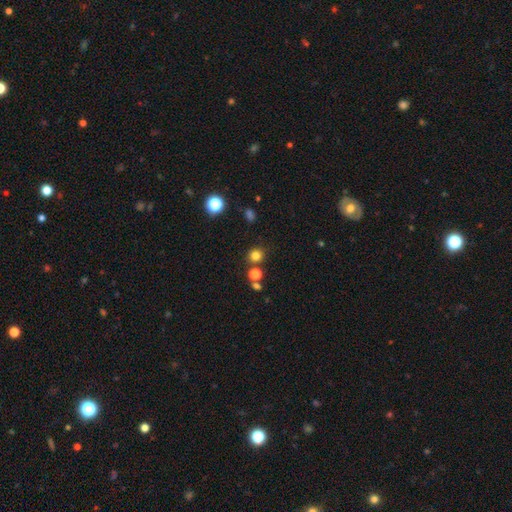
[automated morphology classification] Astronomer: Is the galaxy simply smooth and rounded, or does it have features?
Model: smooth — 78%.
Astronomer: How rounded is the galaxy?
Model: round — 90%.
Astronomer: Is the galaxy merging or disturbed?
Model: none — 80%.